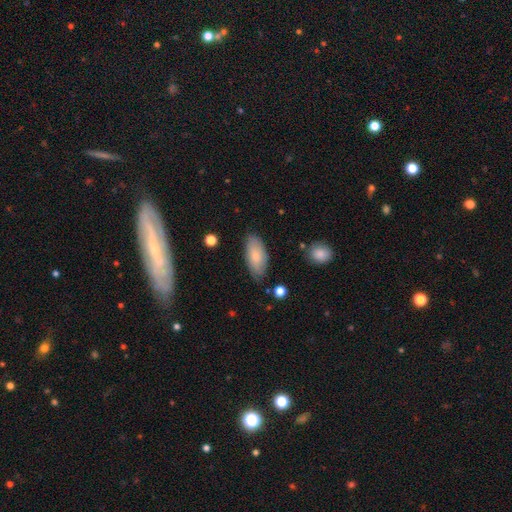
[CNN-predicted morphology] Q: Smooth or featured?
A: smooth (76%); runner-up: featured or disk (18%)
Q: How rounded?
A: in between (91%); runner-up: cigar-shaped (7%)
Q: Merging?
A: none (76%); runner-up: minor disturbance (19%)